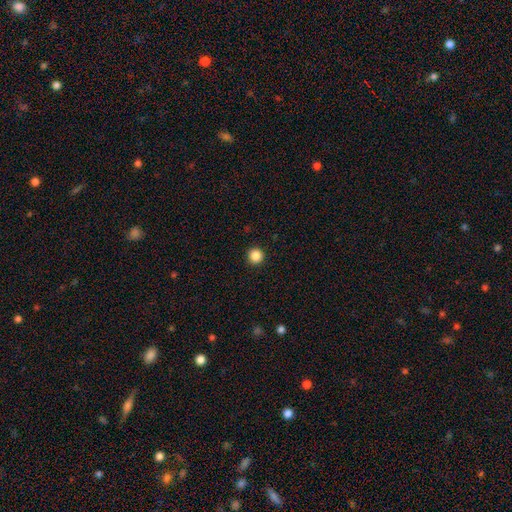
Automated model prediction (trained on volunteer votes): smooth 86%, star or artifact 10%, featured or disk 3%. Down the decision tree: how rounded — round (96%); merging — none (94%).